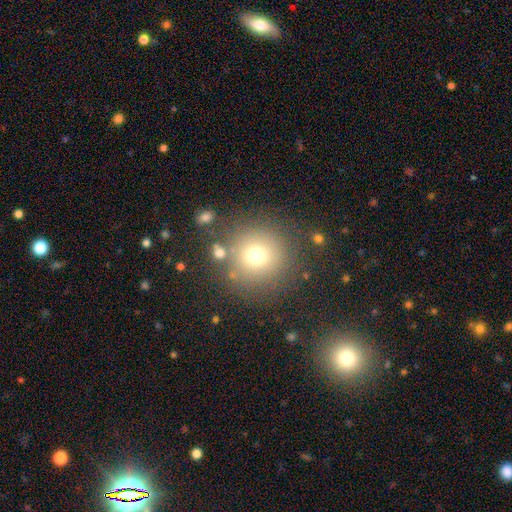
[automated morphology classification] A smooth galaxy with no disk features (71%) that is round (94%).

Vote fractions:
- Smooth or featured? smooth: 71% / star or artifact: 18% / featured or disk: 11%
- How rounded? round: 94% / in between: 5% / cigar-shaped: 1%
- Merging? none: 81% / minor disturbance: 9% / merger: 5% / major disturbance: 5%